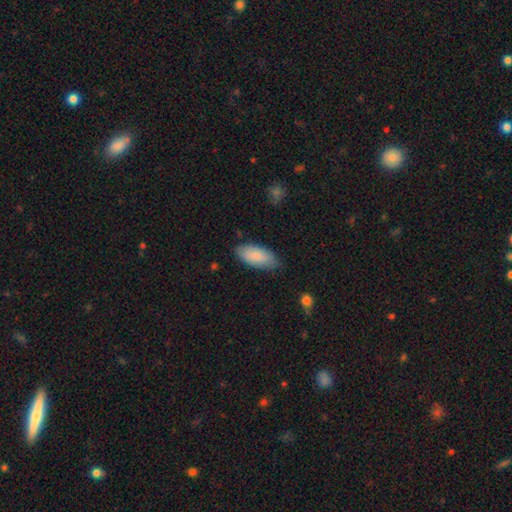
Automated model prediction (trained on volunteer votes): Morphology: type=smooth (85%); roundness=in between (90%); merging=none (76%).